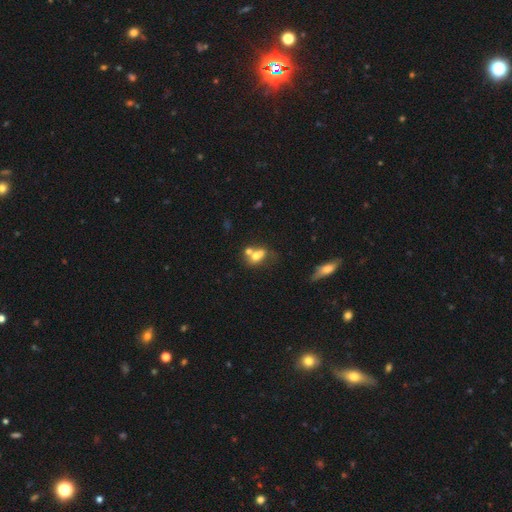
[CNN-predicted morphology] Smooth or featured? Predicted: smooth (p=0.62). How rounded? Predicted: in between (p=0.62). Merging? Predicted: merger (p=0.56).